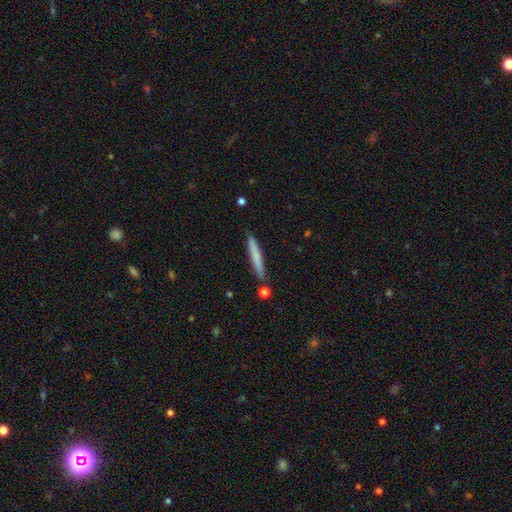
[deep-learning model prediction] A smooth galaxy with no disk features (71%) that is cigar-shaped (96%).

Vote fractions:
- Smooth or featured? smooth: 71% / featured or disk: 23% / star or artifact: 6%
- How rounded? cigar-shaped: 96% / in between: 3% / round: 1%
- Merging? none: 85% / minor disturbance: 10% / merger: 4% / major disturbance: 2%